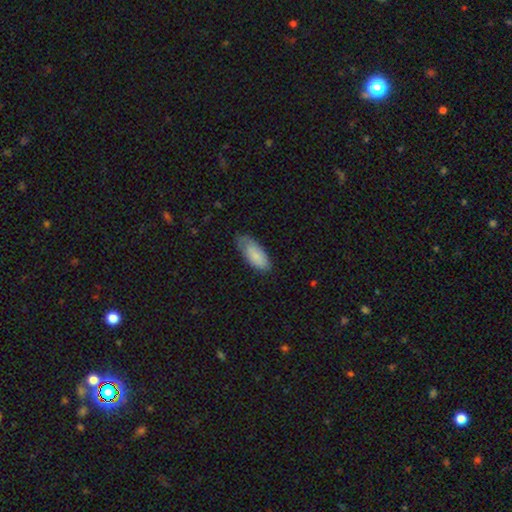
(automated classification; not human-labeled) A smooth galaxy with no disk features (80%) that is in between round and cigar-shaped (86%).

Vote fractions:
- Smooth or featured? smooth: 80% / featured or disk: 14% / star or artifact: 6%
- How rounded? in between: 86% / cigar-shaped: 12% / round: 2%
- Merging? none: 60% / minor disturbance: 32% / major disturbance: 7% / merger: 1%